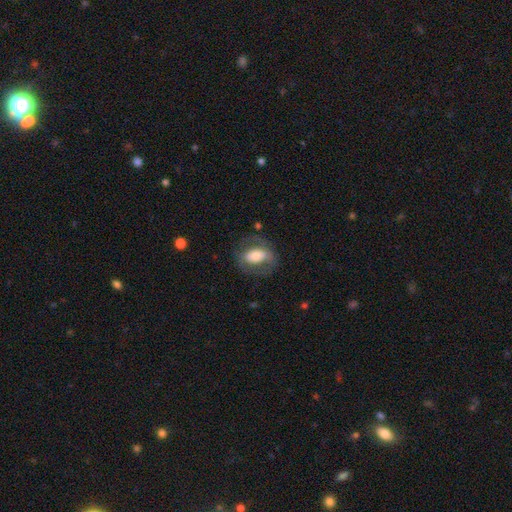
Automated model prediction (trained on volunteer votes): Smooth or featured: smooth — 52% (featured or disk — 41%)
How rounded: in between — 78% (round — 20%)
Merging: none — 66% (minor disturbance — 18%)